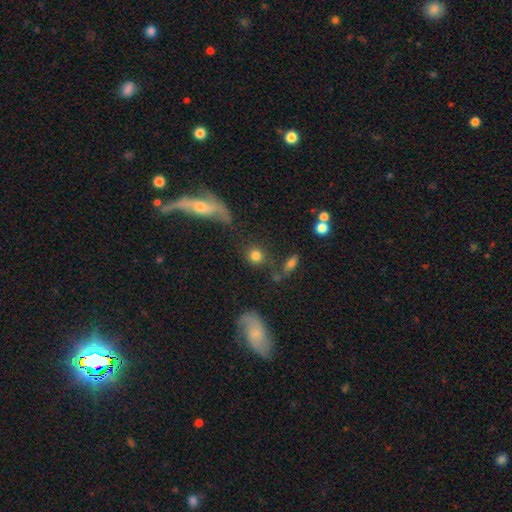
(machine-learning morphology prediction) Smooth or featured? Predicted: smooth (p=0.80). How rounded? Predicted: round (p=0.84). Merging? Predicted: none (p=0.67).